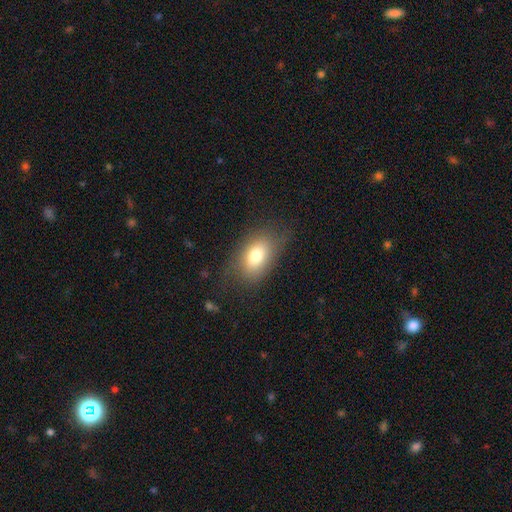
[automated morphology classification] Overall: smooth (76%). How rounded: in between (86%). Merging: none (73%).